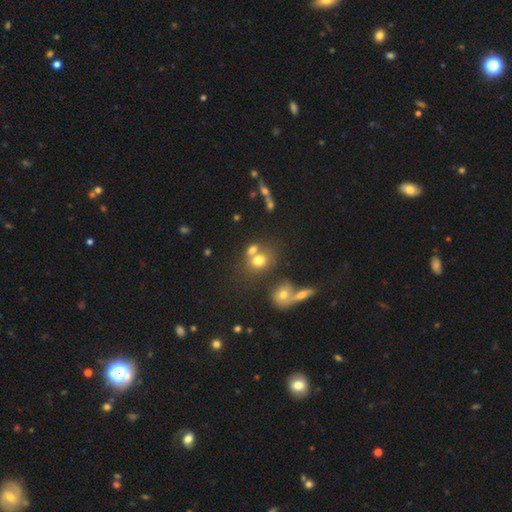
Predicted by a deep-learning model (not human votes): A smooth galaxy with no disk features (64%) that is round (62%).

Vote fractions:
- Smooth or featured? smooth: 64% / star or artifact: 18% / featured or disk: 18%
- How rounded? round: 62% / in between: 36% / cigar-shaped: 2%
- Merging? none: 45% / merger: 39% / minor disturbance: 10% / major disturbance: 6%